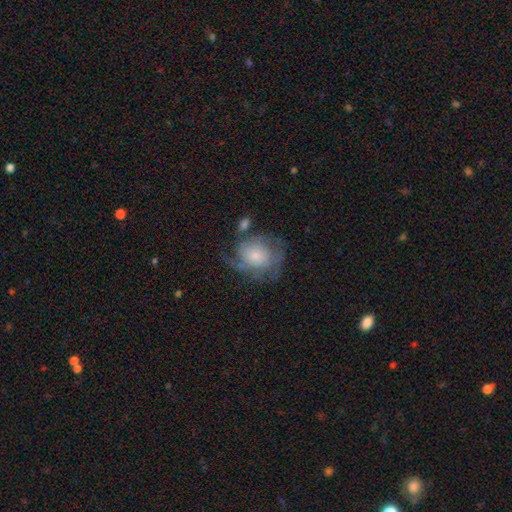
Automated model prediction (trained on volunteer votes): Q: Smooth or featured?
A: featured or disk (53%); runner-up: smooth (39%)
Q: Edge-on disk?
A: no (97%); runner-up: yes (3%)
Q: Bar?
A: no (78%); runner-up: weak (19%)
Q: Spiral arms?
A: yes (76%); runner-up: no (24%)
Q: Bulge size?
A: small (54%); runner-up: moderate (28%)
Q: Merging?
A: none (44%); runner-up: major disturbance (25%)